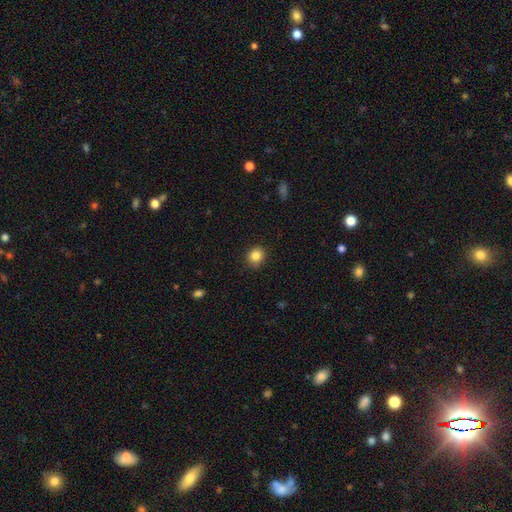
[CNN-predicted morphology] Smooth or featured? smooth (85%)
How rounded? round (83%)
Merging? none (86%)